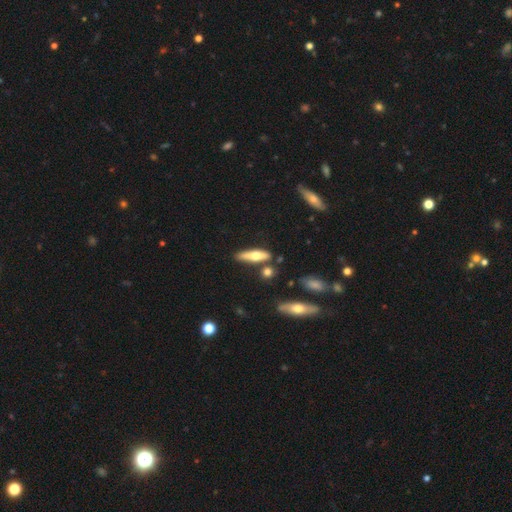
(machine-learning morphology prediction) Q: Smooth or featured?
A: smooth (53%); runner-up: featured or disk (40%)
Q: How rounded?
A: cigar-shaped (72%); runner-up: in between (25%)
Q: Merging?
A: none (74%); runner-up: minor disturbance (14%)